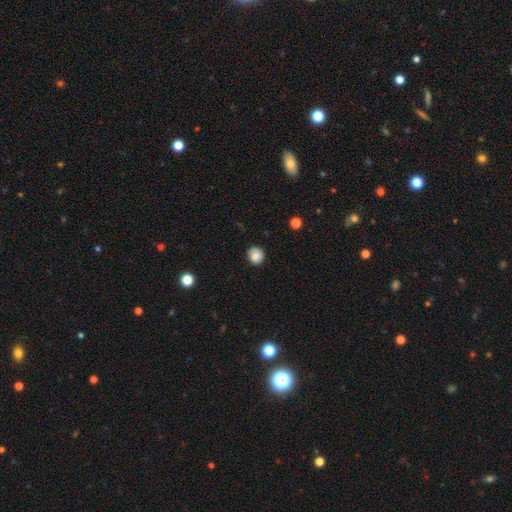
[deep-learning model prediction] smooth-or-featured: smooth: 84% | star or artifact: 9% | featured or disk: 7%
  how-rounded: round: 83% | in between: 16% | cigar-shaped: 1%
  merging: none: 83% | minor disturbance: 13% | major disturbance: 3% | merger: 1%